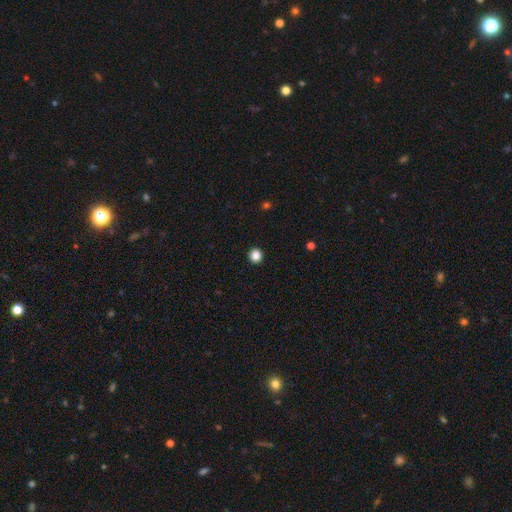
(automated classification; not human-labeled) smooth_or_featured: smooth (p=0.86) [alt: star or artifact p=0.11]
how_rounded: round (p=0.91) [alt: in between p=0.08]
merging: none (p=0.94) [alt: minor disturbance p=0.04]